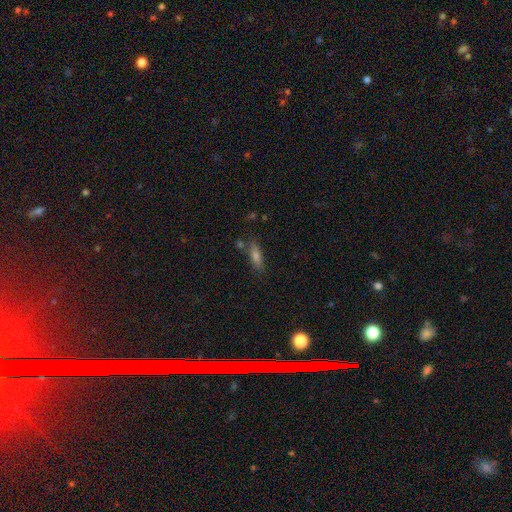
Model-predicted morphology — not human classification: A smooth galaxy with no disk features (66%) that is cigar-shaped (51%).

Vote fractions:
- Smooth or featured? smooth: 66% / featured or disk: 21% / star or artifact: 13%
- How rounded? cigar-shaped: 51% / in between: 46% / round: 4%
- Merging? none: 74% / minor disturbance: 14% / merger: 9% / major disturbance: 4%